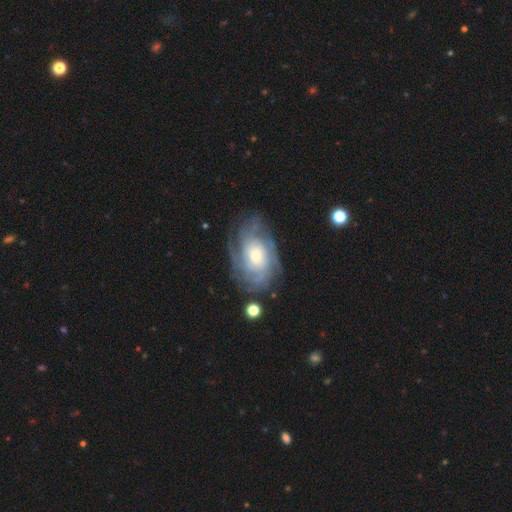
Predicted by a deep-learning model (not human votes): Smooth or featured: featured or disk — 82% (smooth — 11%)
Edge-on disk: no — 96% (yes — 4%)
Bar: no — 75% (weak — 21%)
Spiral arms: yes — 95% (no — 5%)
Spiral winding: tight — 65% (medium — 27%)
Spiral arm count: can't tell — 39% (4 — 19%)
Bulge size: moderate — 50% (small — 34%)
Merging: none — 75% (minor disturbance — 16%)